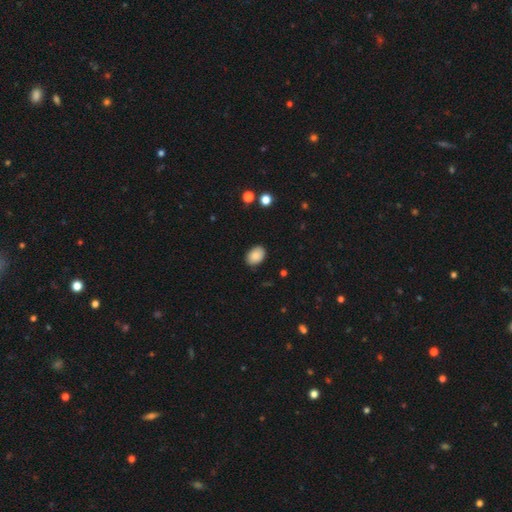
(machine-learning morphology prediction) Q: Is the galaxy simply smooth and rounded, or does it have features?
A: smooth — 87%.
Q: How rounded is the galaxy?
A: in between — 80%.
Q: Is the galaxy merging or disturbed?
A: none — 87%.